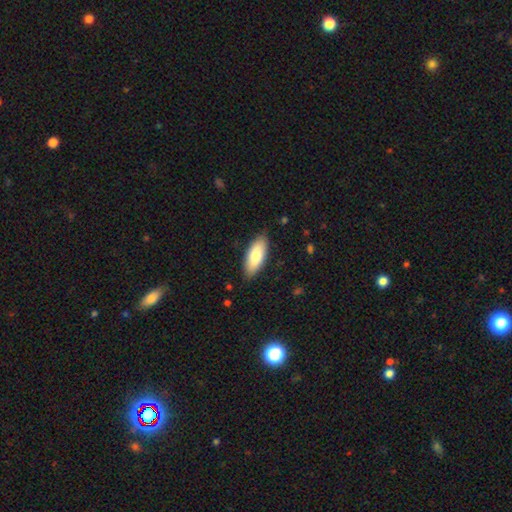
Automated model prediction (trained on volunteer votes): Morphology: type=smooth (80%); roundness=in between (83%); merging=none (85%).